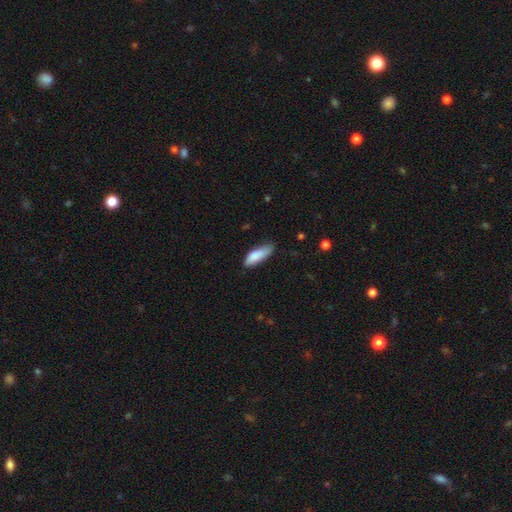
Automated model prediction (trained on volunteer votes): This appears to be a smooth galaxy with no disk features (86%) that is in between round and cigar-shaped (59%). Merging: none (63%).